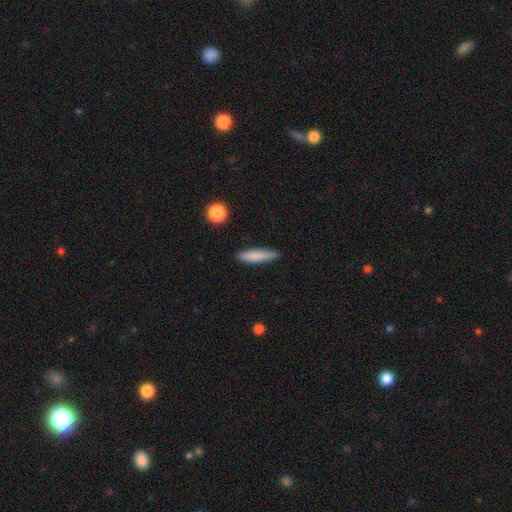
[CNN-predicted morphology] smooth_or_featured: smooth (p=0.82) [alt: featured or disk p=0.11]
how_rounded: cigar-shaped (p=0.82) [alt: in between p=0.16]
merging: none (p=0.87) [alt: minor disturbance p=0.10]